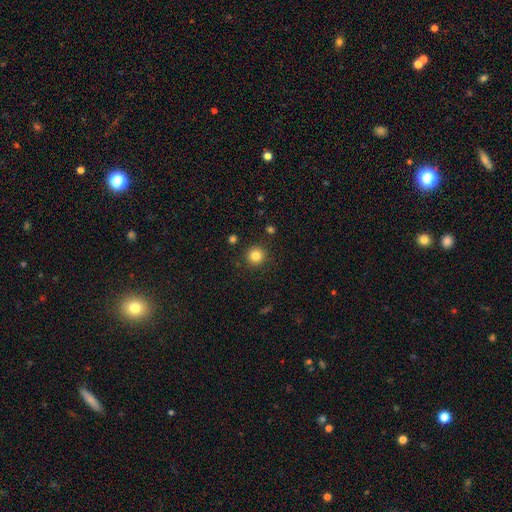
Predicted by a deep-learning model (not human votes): This is clearly a smooth galaxy (83%). How rounded: clearly round (95%). Merging: clearly none (90%).